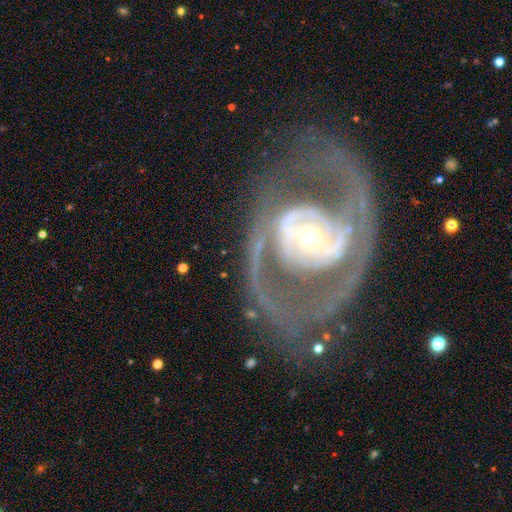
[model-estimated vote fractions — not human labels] Smooth or featured? featured or disk (85%)
Edge-on disk? no (95%)
Bar? no (39%)
Spiral arms? yes (74%)
Spiral winding? medium (45%)
Spiral arm count? 2 (74%)
Bulge size? moderate (44%, tied with small)
Merging? none (65%)